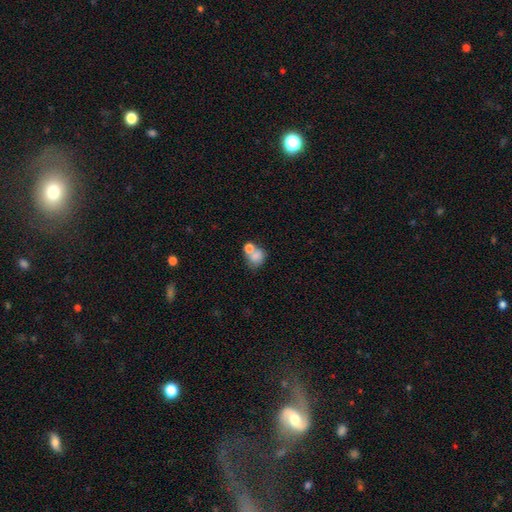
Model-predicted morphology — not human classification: smooth_or_featured: smooth (p=0.76) [alt: featured or disk p=0.14]
how_rounded: round (p=0.58) [alt: in between p=0.41]
merging: merger (p=0.42) [alt: none p=0.37]